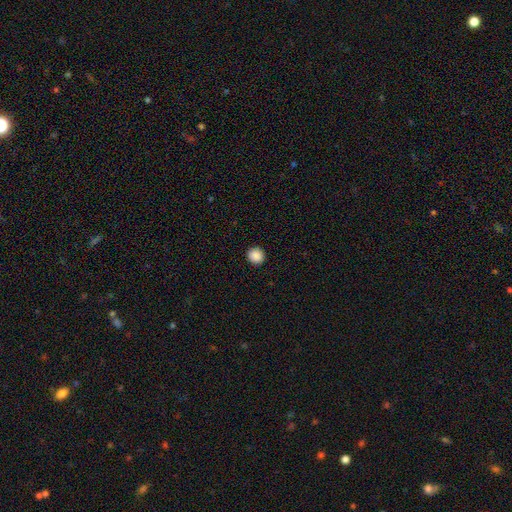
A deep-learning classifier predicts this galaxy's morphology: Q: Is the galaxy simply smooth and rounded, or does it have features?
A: smooth — 89%.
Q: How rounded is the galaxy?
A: round — 93%.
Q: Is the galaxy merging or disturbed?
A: none — 93%.